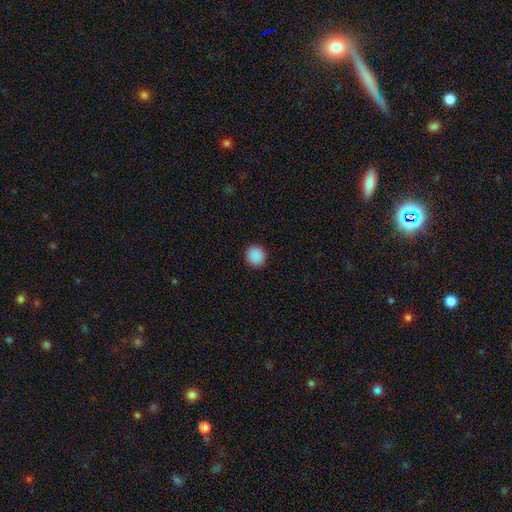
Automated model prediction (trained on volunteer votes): This is clearly a smooth galaxy (90%). How rounded: clearly round (93%). Merging: clearly none (93%).